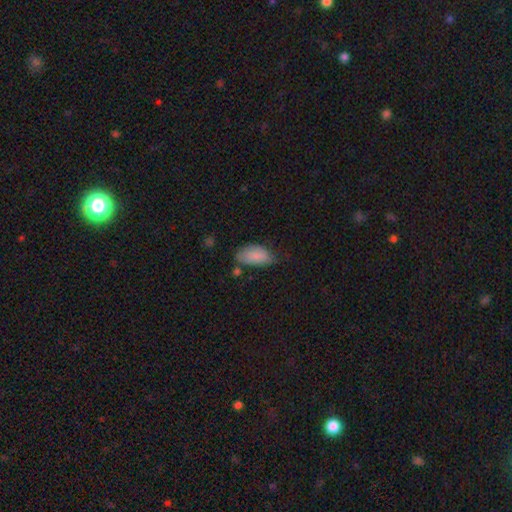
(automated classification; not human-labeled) This is clearly a smooth galaxy (82%). How rounded: clearly in between (94%). Merging: possibly none (46%).